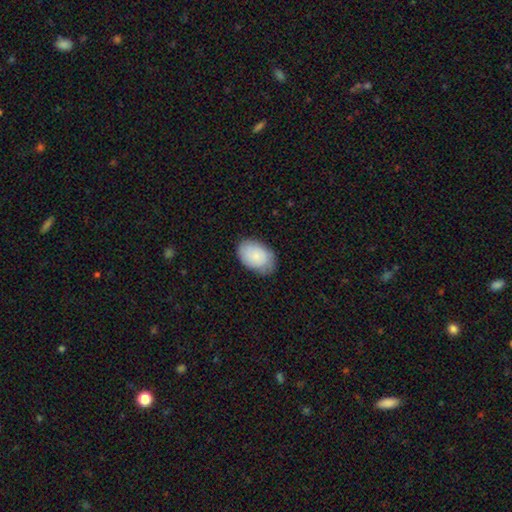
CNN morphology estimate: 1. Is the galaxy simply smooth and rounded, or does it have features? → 82% smooth, 12% featured or disk, 6% star or artifact.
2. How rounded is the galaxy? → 89% in between, 10% round, 1% cigar-shaped.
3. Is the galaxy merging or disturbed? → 75% none, 20% minor disturbance, 4% major disturbance, 1% merger.